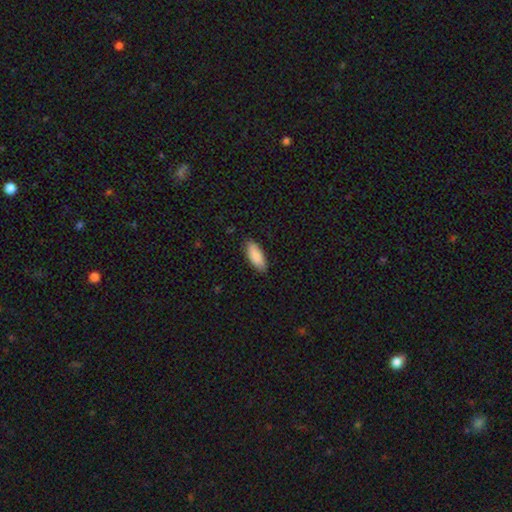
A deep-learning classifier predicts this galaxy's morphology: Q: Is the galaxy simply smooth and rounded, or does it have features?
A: smooth — 89%.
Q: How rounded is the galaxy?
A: in between — 80%.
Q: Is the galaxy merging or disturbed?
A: none — 84%.